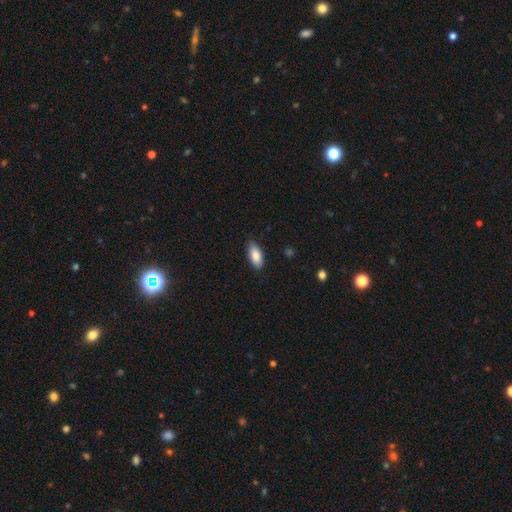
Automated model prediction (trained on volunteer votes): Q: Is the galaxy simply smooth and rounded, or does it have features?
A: smooth — 85%.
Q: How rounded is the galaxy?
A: in between — 88%.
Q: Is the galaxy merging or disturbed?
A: none — 81%.